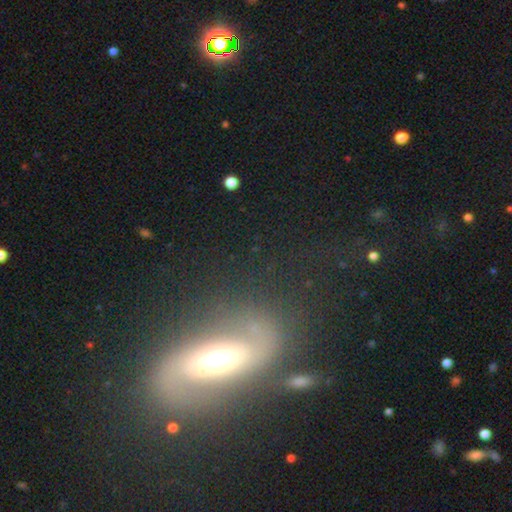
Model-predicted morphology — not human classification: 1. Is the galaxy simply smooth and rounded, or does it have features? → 74% featured or disk, 16% smooth, 10% star or artifact.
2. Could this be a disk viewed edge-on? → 91% no, 9% yes.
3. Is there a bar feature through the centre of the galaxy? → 37% no, 35% weak, 29% strong.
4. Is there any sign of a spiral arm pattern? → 83% yes, 17% no.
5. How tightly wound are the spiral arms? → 42% medium, 37% loose, 21% tight.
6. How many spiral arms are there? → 89% 2, 5% can't tell, 2% 1, 1% 3, 1% 4, 1% more than 4.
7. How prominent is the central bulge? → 55% moderate, 28% large, 10% small, 5% dominant, 2% none.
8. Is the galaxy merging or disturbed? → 67% none, 16% minor disturbance, 13% major disturbance, 5% merger.